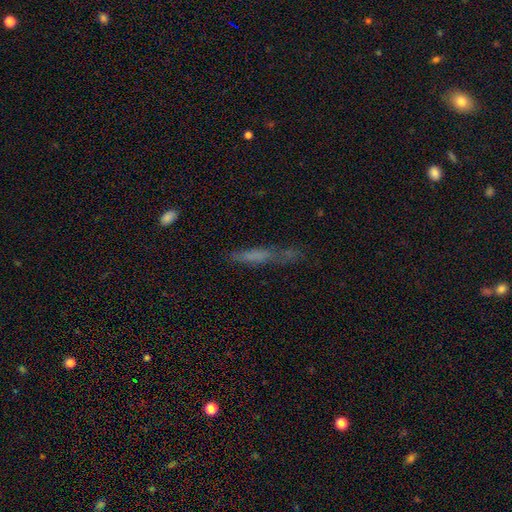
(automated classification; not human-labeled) This is possibly a smooth galaxy (54%). How rounded: clearly cigar-shaped (90%). Merging: likely none (61%).